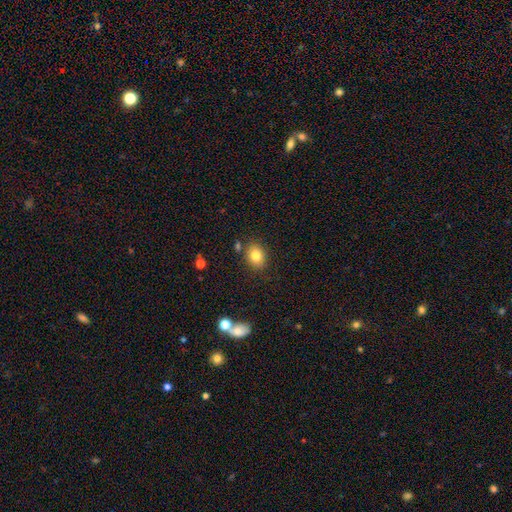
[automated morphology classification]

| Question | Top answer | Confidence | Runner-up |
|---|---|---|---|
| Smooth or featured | smooth | 81% | star or artifact (10%) |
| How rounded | in between | 59% | round (40%) |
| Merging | none | 80% | minor disturbance (11%) |